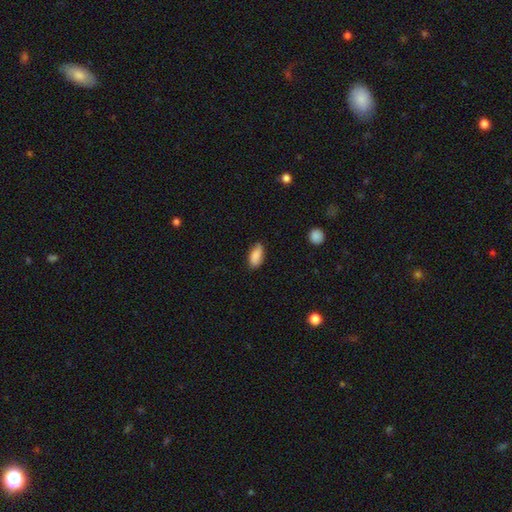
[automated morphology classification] smooth_or_featured: smooth (p=0.85) [alt: featured or disk p=0.08]
how_rounded: in between (p=0.90) [alt: cigar-shaped p=0.07]
merging: none (p=0.77) [alt: minor disturbance p=0.19]